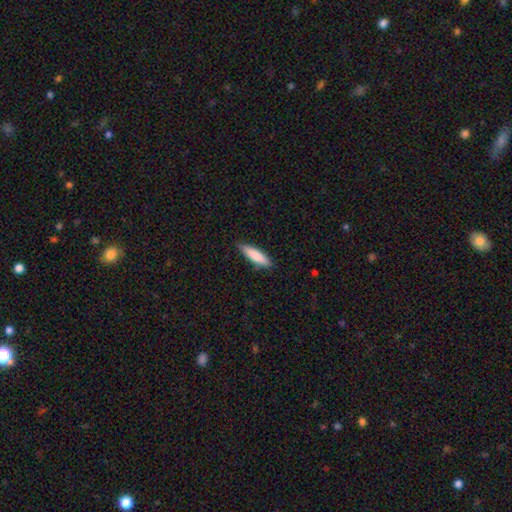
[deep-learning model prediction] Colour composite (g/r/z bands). It shows a smooth galaxy with no disk features (83%) that is cigar-shaped (67%). Merging: none (83%).